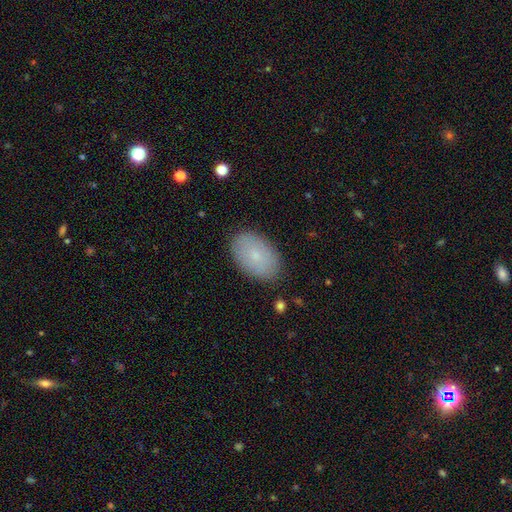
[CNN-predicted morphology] A smooth galaxy with no disk features (79%) that is in between round and cigar-shaped (90%). Merging: none (86%).